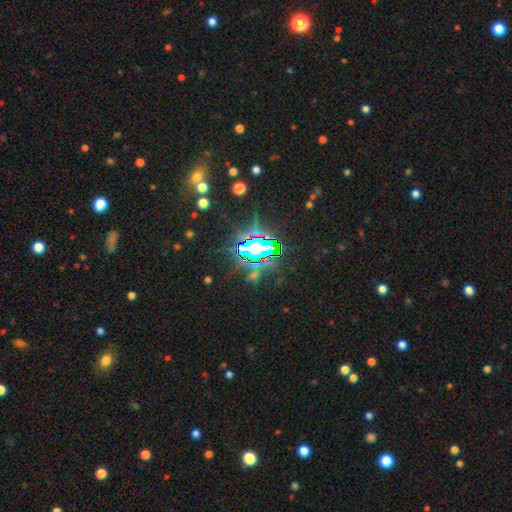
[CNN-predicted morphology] A star or artifact, not a galaxy (83%).